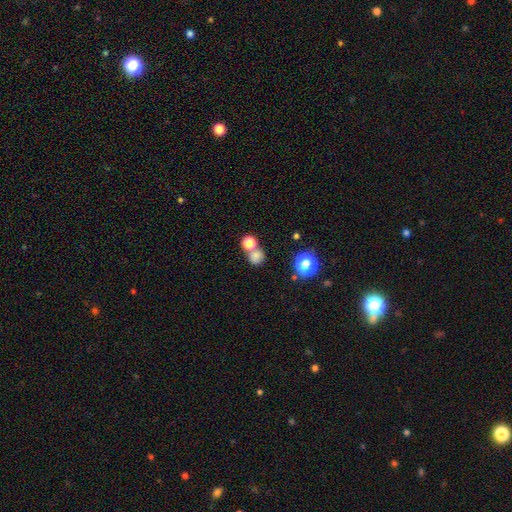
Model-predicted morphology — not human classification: A smooth galaxy with no disk features (76%) that is round (82%). Merging: none (51%).